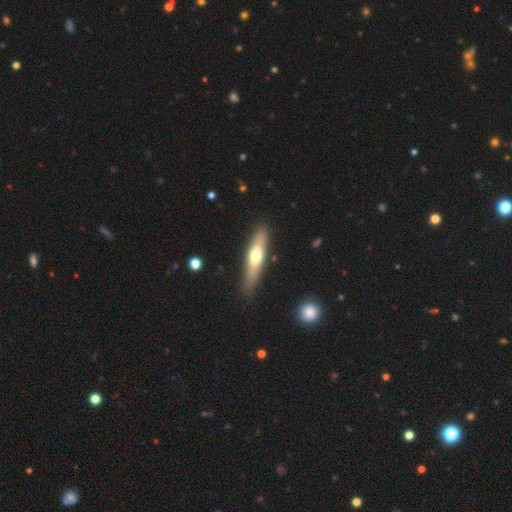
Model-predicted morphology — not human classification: smooth 53%, featured or disk 41%, star or artifact 5%. Down the decision tree: how rounded — cigar-shaped (76%); merging — none (85%).